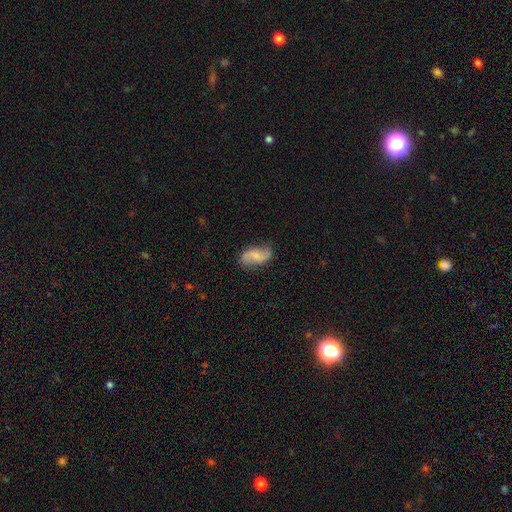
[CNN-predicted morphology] smooth_or_featured: featured or disk (p=0.64) [alt: smooth p=0.29]
disk_edge_on: no (p=0.97) [alt: yes p=0.03]
bar: weak (p=0.45) [alt: no p=0.42]
has_spiral_arms: yes (p=0.92) [alt: no p=0.08]
spiral_winding: loose (p=0.74) [alt: medium p=0.20]
spiral_arm_count: 2 (p=0.91) [alt: can't tell p=0.04]
bulge_size: small (p=0.41) [alt: none p=0.30]
merging: none (p=0.75) [alt: minor disturbance p=0.18]